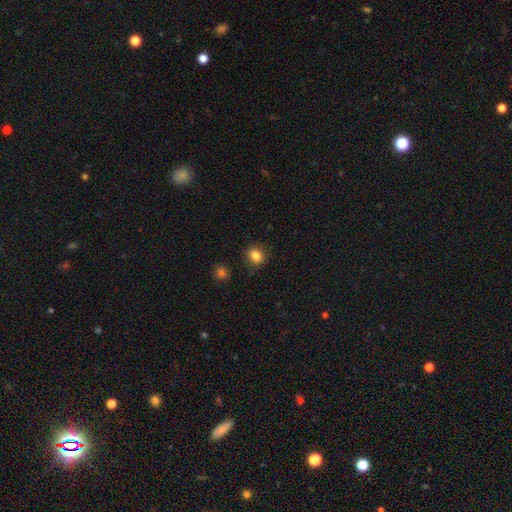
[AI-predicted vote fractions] Smooth or featured: smooth — 84% (star or artifact — 11%)
How rounded: round — 68% (in between — 31%)
Merging: none — 87% (minor disturbance — 9%)